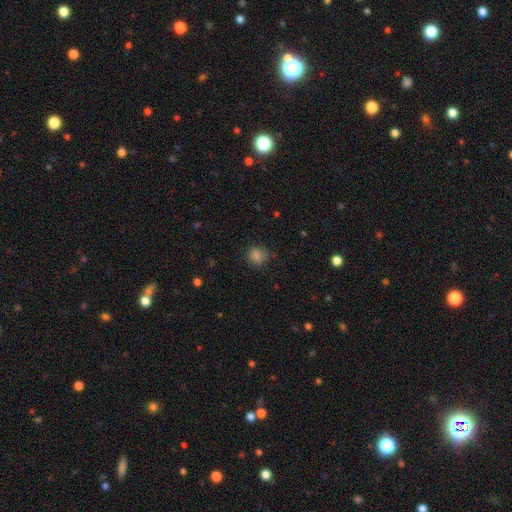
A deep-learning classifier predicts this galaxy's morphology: Smooth or featured?
  - smooth: 80% *
  - star or artifact: 16%
  - featured or disk: 5%
How rounded?
  - round: 85% *
  - in between: 14%
  - cigar-shaped: 1%
Merging?
  - none: 79% *
  - minor disturbance: 16%
  - major disturbance: 4%
  - merger: 1%